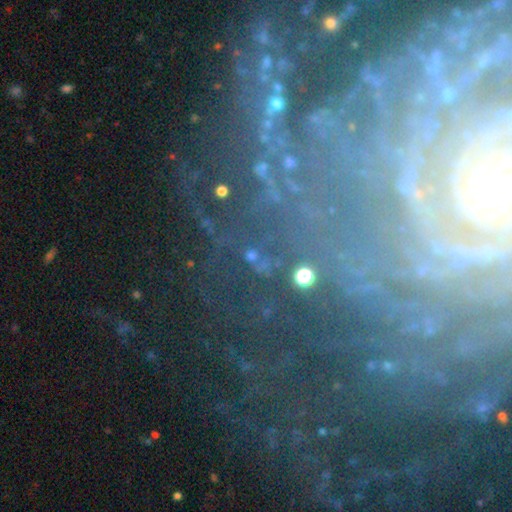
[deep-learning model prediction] Smooth or featured: star or artifact — 50% (featured or disk — 35%)